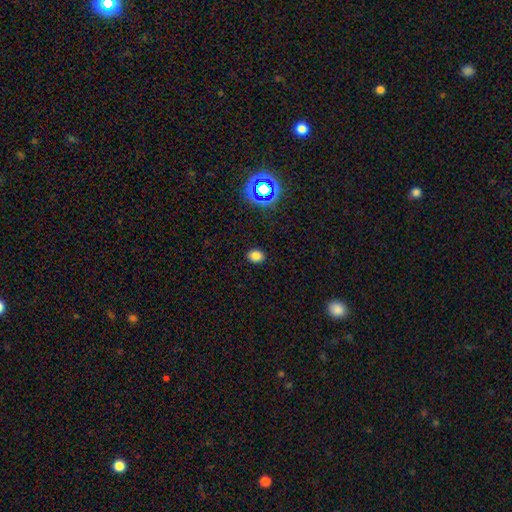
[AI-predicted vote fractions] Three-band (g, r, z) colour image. It shows a smooth galaxy with no disk features (78%) that is in between round and cigar-shaped (61%). Merging: none (89%).